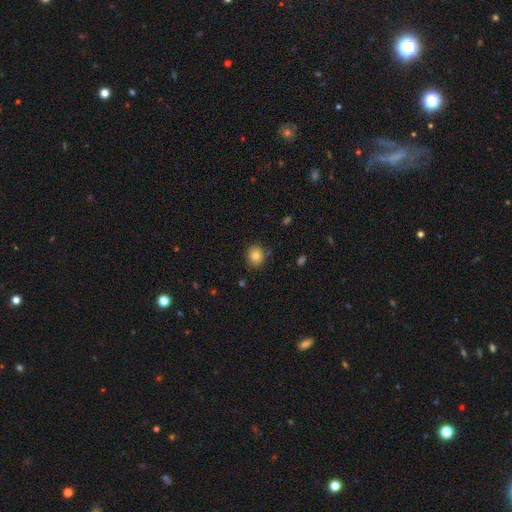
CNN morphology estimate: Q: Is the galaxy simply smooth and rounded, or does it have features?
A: smooth — 80%.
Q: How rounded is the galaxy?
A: round — 76%.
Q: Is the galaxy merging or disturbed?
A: none — 86%.